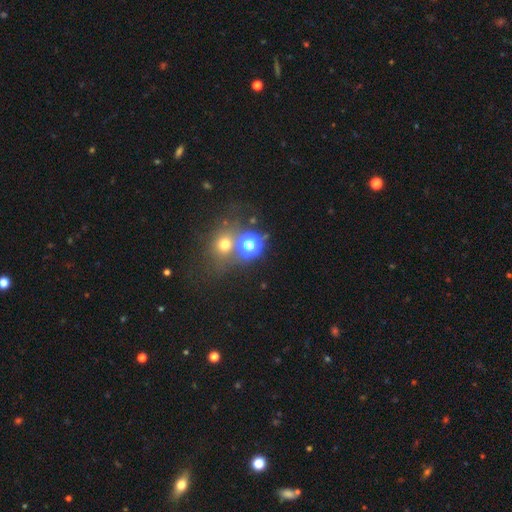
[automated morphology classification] This appears to be a star or artifact, not a galaxy (48%).